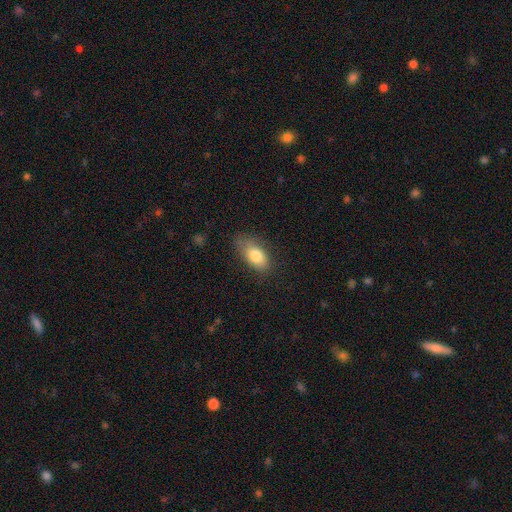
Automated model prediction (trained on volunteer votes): Smooth or featured: smooth — 79% (featured or disk — 13%)
How rounded: in between — 90% (round — 6%)
Merging: none — 65% (minor disturbance — 26%)